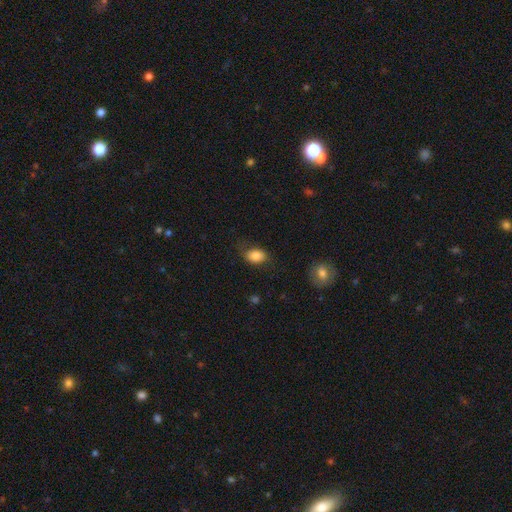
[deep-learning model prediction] The model was most divided on "merging": none: 67%, minor disturbance: 22%, major disturbance: 10%, merger: 2%. More confident: smooth or featured — smooth (82%); how rounded — in between (80%).